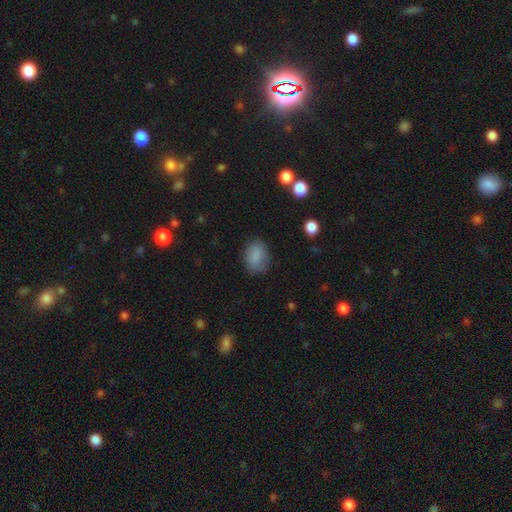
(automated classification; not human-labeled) Smooth or featured?
  - smooth: 85% *
  - star or artifact: 9%
  - featured or disk: 6%
How rounded?
  - in between: 72% *
  - round: 27%
  - cigar-shaped: 1%
Merging?
  - none: 77% *
  - minor disturbance: 17%
  - major disturbance: 5%
  - merger: 1%